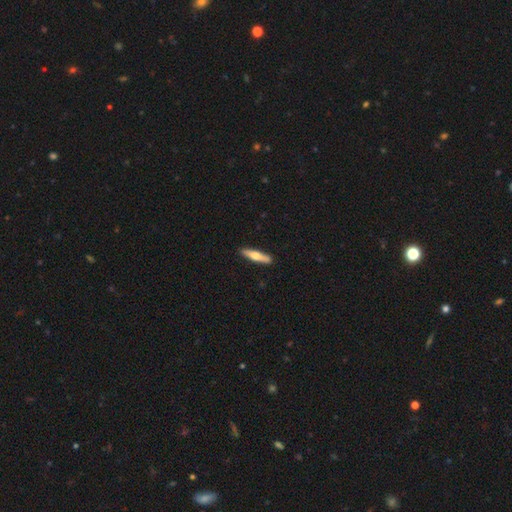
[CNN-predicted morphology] type=smooth (53%); roundness=cigar-shaped (84%); merging=none (90%).